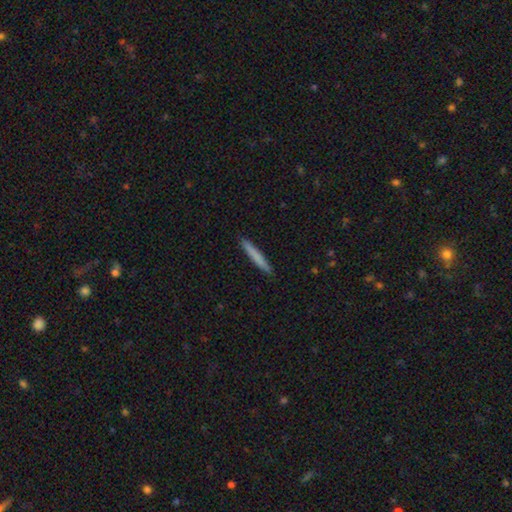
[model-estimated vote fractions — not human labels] smooth_or_featured: smooth (p=0.75) [alt: featured or disk p=0.19]
how_rounded: cigar-shaped (p=0.96) [alt: in between p=0.03]
merging: none (p=0.91) [alt: minor disturbance p=0.06]